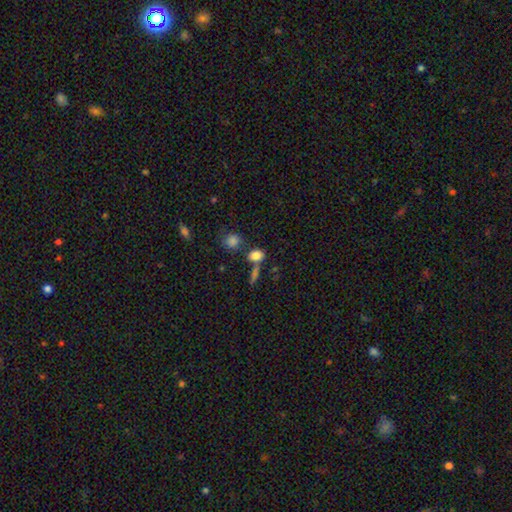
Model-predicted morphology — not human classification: type=smooth (82%); roundness=in between (67%); merging=none (57%).